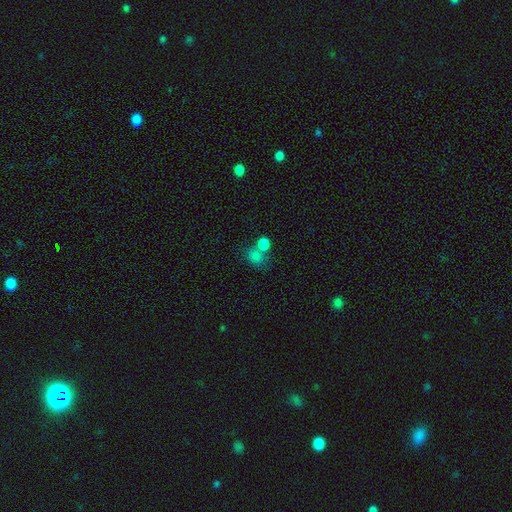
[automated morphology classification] smooth 78%, star or artifact 14%, featured or disk 8%. Down the decision tree: how rounded — round (55%); merging — none (43%).